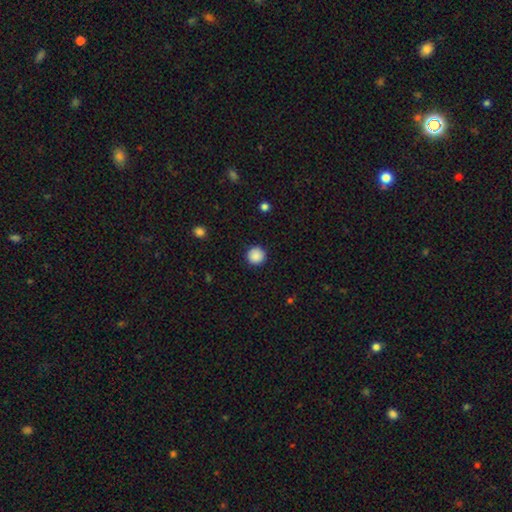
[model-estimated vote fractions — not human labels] Smooth or featured? smooth (88%)
How rounded? round (96%)
Merging? none (91%)